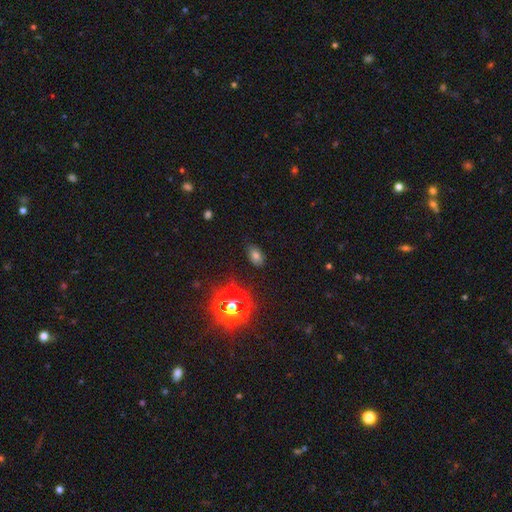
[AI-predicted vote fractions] The model was most divided on "smooth or featured": smooth: 67%, star or artifact: 24%, featured or disk: 9%. More confident: how rounded — in between (86%); merging — none (82%).